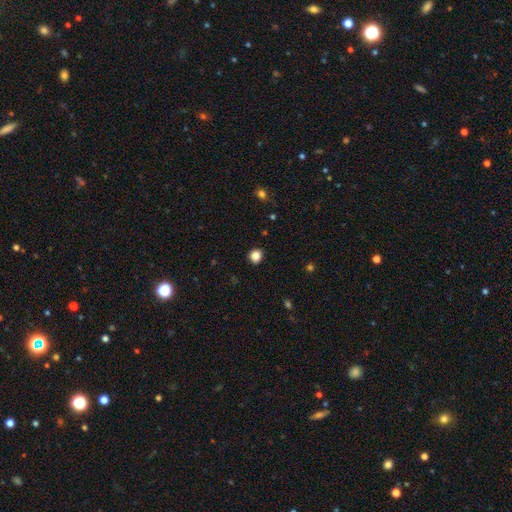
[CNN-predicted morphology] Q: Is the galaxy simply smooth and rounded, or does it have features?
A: smooth — 85%.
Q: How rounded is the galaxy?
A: round — 84%.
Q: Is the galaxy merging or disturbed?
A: none — 91%.